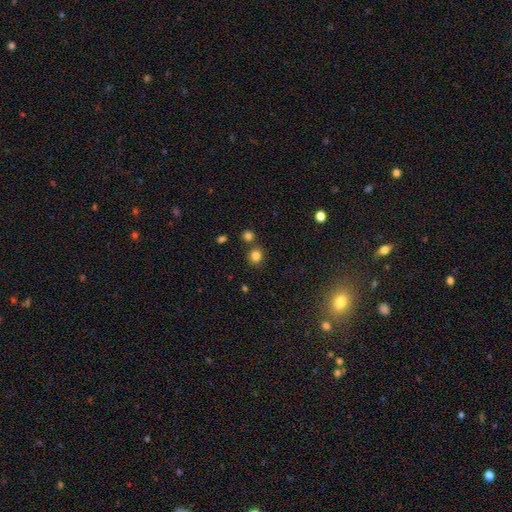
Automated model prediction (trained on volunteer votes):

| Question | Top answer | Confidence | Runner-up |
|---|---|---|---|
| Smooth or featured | smooth | 82% | star or artifact (13%) |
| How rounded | round | 82% | in between (17%) |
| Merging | none | 76% | merger (13%) |